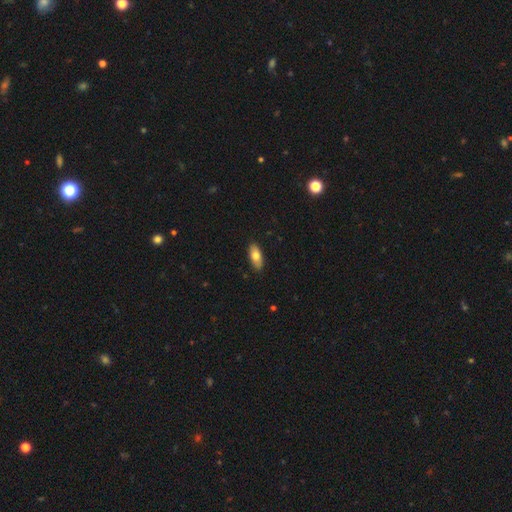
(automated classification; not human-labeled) Smooth or featured? Predicted: smooth (p=0.73). How rounded? Predicted: in between (p=0.84). Merging? Predicted: none (p=0.88).